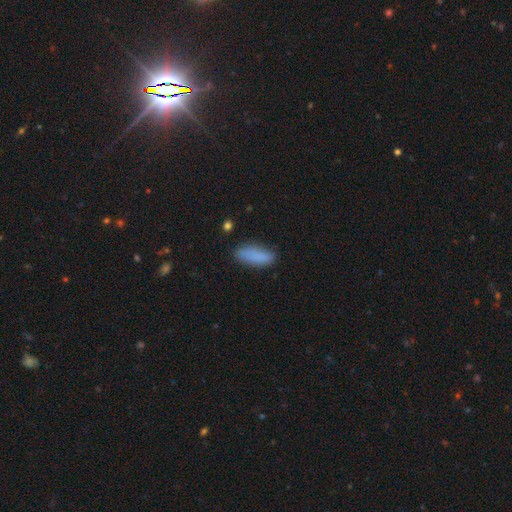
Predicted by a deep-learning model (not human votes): Morphology: type=smooth (87%); roundness=in between (62%); merging=none (78%).